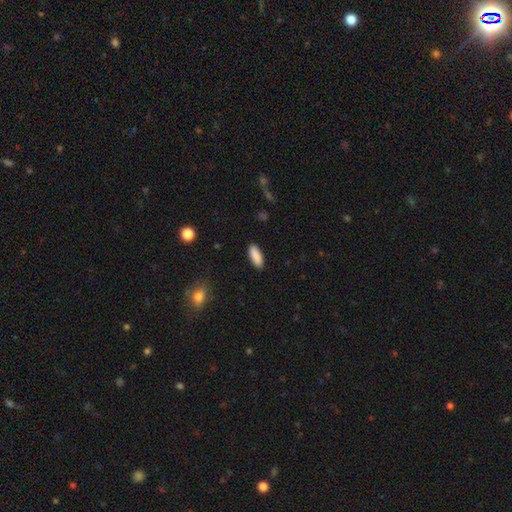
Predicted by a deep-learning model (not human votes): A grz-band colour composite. It shows a smooth galaxy with no disk features (89%) that is in between round and cigar-shaped (74%). Merging: none (89%).